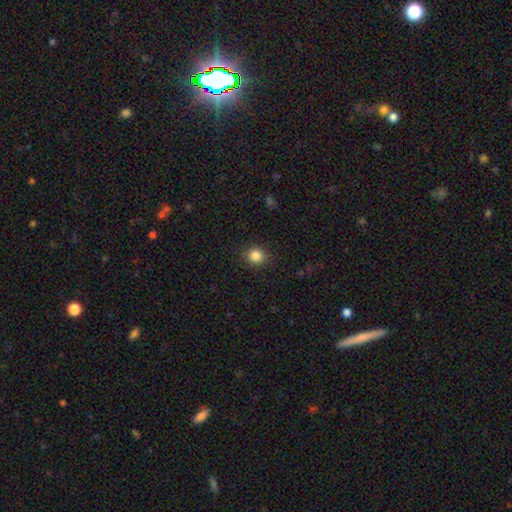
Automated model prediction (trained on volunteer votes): Smooth or featured? smooth (84%)
How rounded? round (79%)
Merging? none (88%)